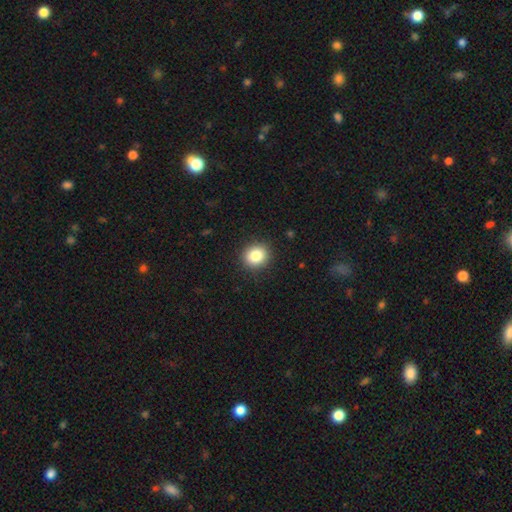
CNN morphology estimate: smooth 84%, star or artifact 10%, featured or disk 6%. Down the decision tree: how rounded — round (80%); merging — none (90%).